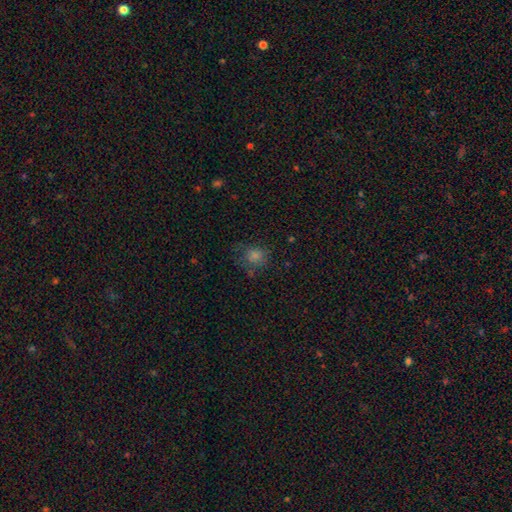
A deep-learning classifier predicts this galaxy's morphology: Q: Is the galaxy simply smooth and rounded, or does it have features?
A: smooth — 66%.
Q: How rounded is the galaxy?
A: round — 75%.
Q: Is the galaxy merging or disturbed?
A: none — 65%.